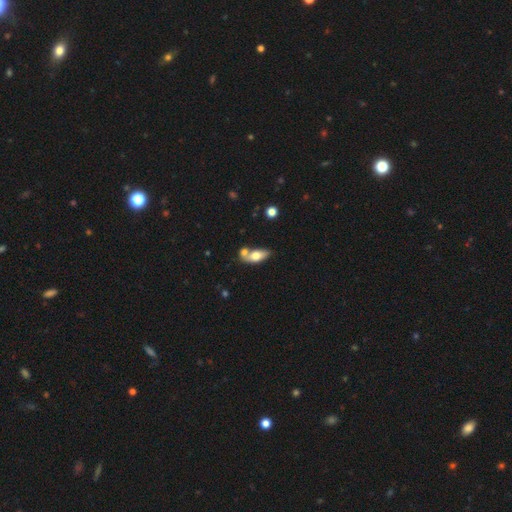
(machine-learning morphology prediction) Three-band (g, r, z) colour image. It shows a smooth galaxy with no disk features (66%) that is in between round and cigar-shaped (81%). Merging: none (45%).